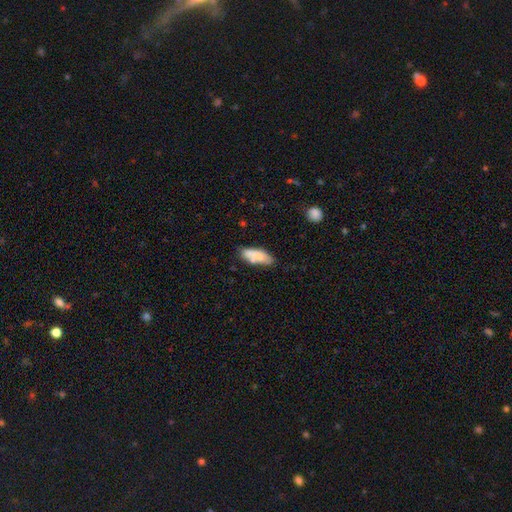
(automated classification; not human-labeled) Smooth or featured: smooth — 74% (featured or disk — 19%)
How rounded: in between — 68% (cigar-shaped — 30%)
Merging: none — 64% (minor disturbance — 21%)